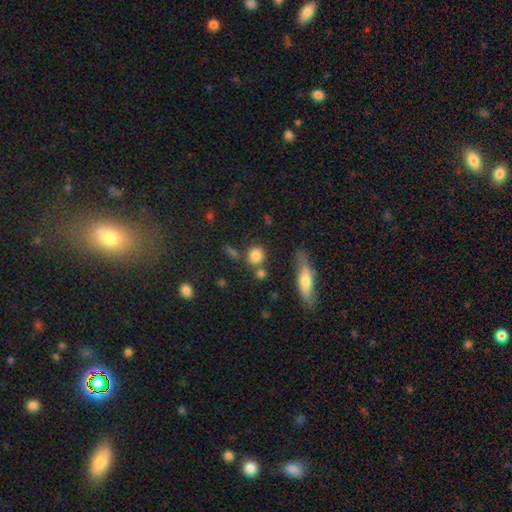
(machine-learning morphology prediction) smooth 81%, star or artifact 11%, featured or disk 8%. Down the decision tree: how rounded — round (73%); merging — none (70%).